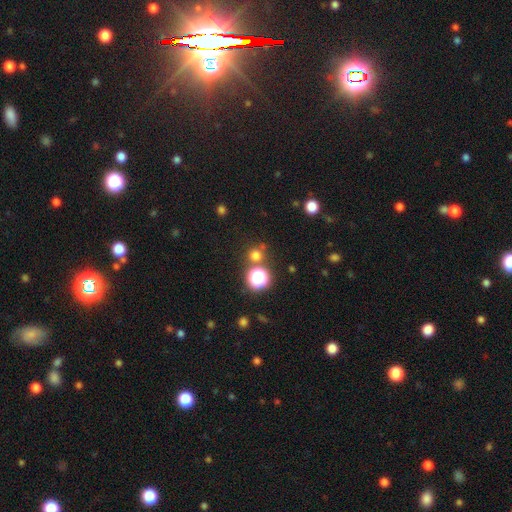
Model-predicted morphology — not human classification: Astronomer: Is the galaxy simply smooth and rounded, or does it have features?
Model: smooth — 67%.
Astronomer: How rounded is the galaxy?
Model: round — 91%.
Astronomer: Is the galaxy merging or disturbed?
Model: none — 75%.